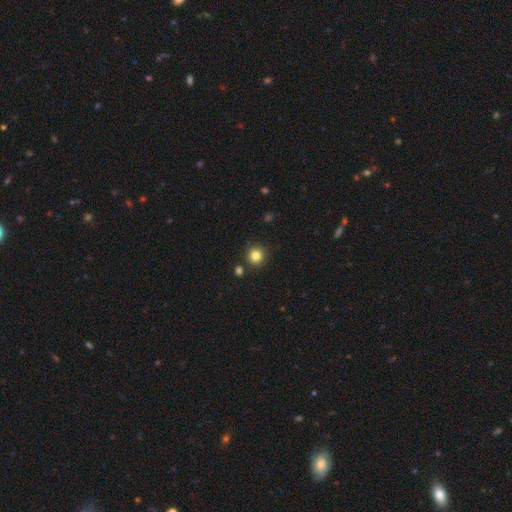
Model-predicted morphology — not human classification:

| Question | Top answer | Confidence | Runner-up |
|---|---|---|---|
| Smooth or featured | smooth | 83% | star or artifact (12%) |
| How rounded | round | 93% | in between (6%) |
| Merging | none | 87% | minor disturbance (7%) |